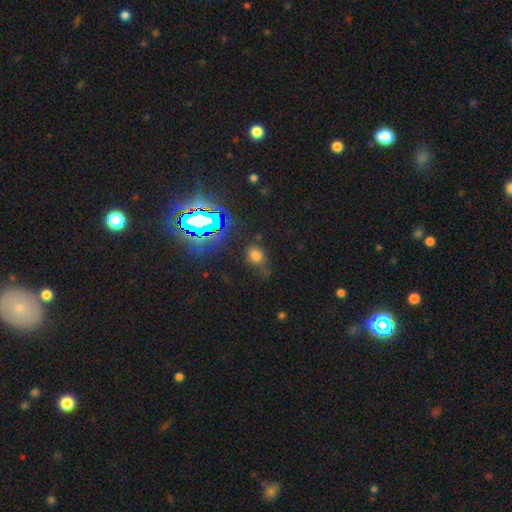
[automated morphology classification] Smooth or featured? smooth (63%)
How rounded? round (67%)
Merging? none (65%)